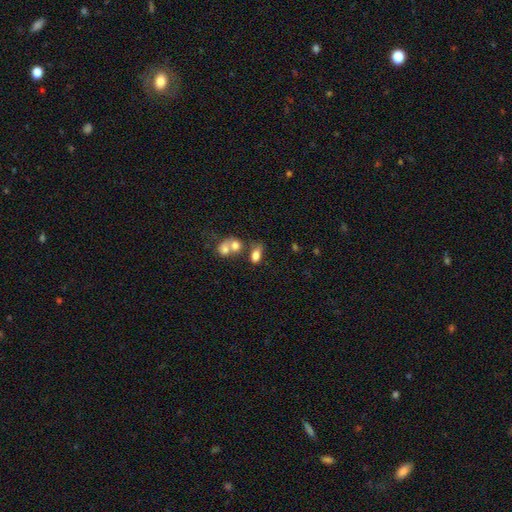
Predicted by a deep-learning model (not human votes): This appears to be a smooth galaxy with no disk features (76%) that is in between round and cigar-shaped (81%). Merging: merger (43%).